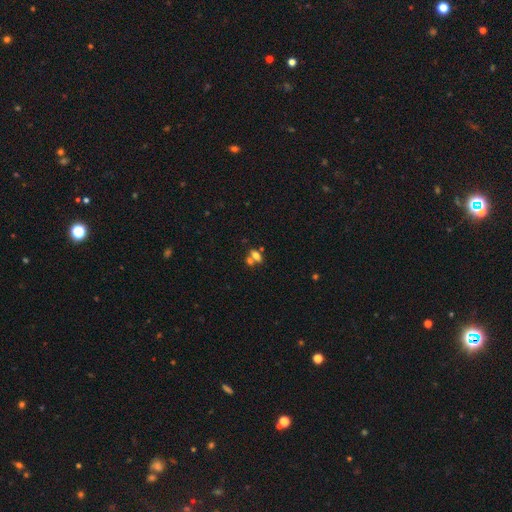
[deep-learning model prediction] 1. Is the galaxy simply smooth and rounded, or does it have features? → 63% smooth, 21% featured or disk, 16% star or artifact.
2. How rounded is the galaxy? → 71% in between, 18% round, 11% cigar-shaped.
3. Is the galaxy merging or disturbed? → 43% merger, 42% none, 9% minor disturbance, 5% major disturbance.